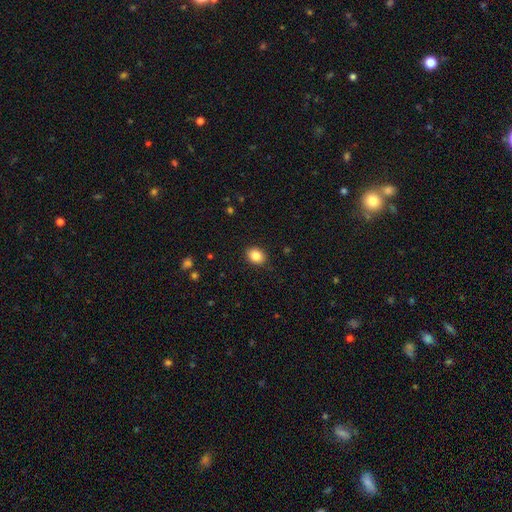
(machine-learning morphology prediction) Q: Smooth or featured?
A: smooth (86%); runner-up: star or artifact (9%)
Q: How rounded?
A: in between (59%); runner-up: round (41%)
Q: Merging?
A: none (89%); runner-up: minor disturbance (8%)